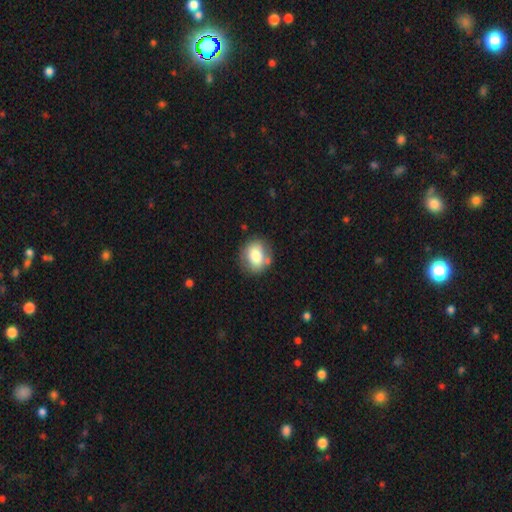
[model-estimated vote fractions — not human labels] This appears to be a smooth galaxy with no disk features (76%) that is round (61%). Merging: none (73%).